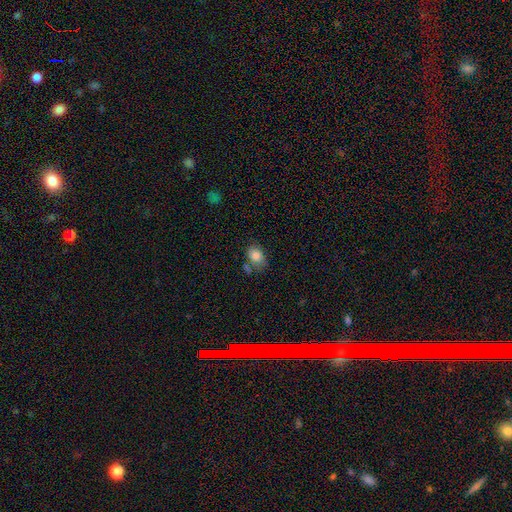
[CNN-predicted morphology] smooth_or_featured: smooth (p=0.83) [alt: featured or disk p=0.09]
how_rounded: in between (p=0.72) [alt: round p=0.27]
merging: none (p=0.56) [alt: minor disturbance p=0.22]